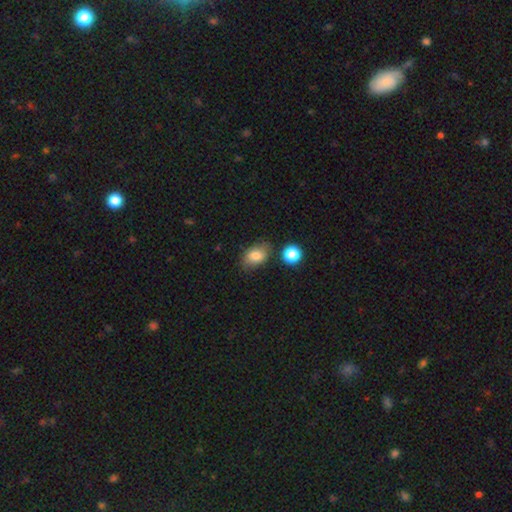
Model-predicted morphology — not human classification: This appears to be a smooth galaxy with no disk features (80%) that is in between round and cigar-shaped (83%). Merging: none (71%).